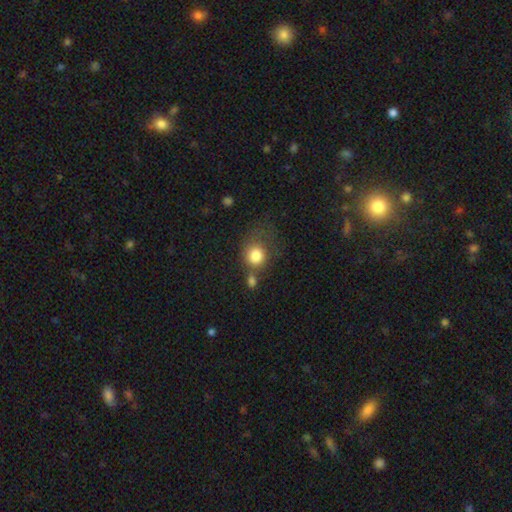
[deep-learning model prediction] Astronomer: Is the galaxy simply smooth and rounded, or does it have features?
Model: smooth — 81%.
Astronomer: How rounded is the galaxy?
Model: round — 75%.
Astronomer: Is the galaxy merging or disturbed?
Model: none — 40% (runner-up: merger, 25%).